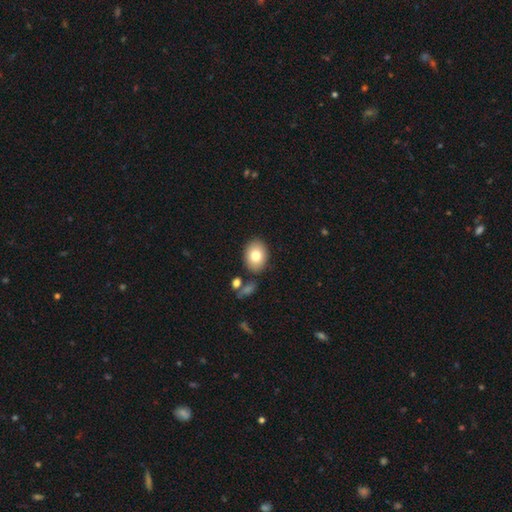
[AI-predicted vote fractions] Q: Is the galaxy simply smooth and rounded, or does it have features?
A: smooth — 80%.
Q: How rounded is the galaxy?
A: in between — 72%.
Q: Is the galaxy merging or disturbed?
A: none — 82%.